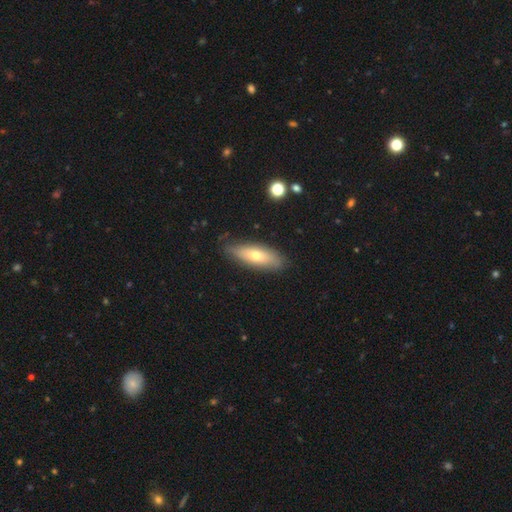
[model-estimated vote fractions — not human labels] smooth 60%, featured or disk 33%, star or artifact 7%. Down the decision tree: how rounded — in between (59%); merging — none (81%).